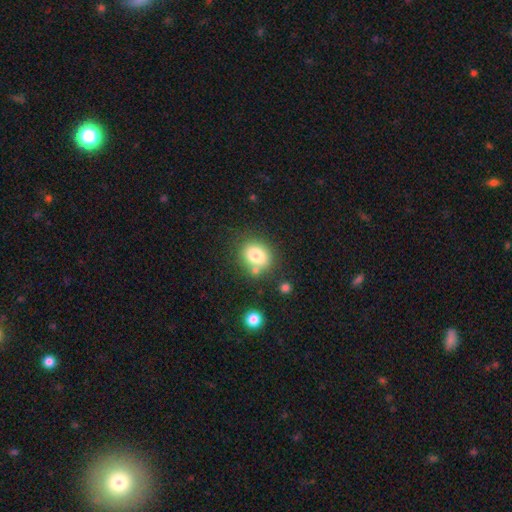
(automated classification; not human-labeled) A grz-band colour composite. It shows a smooth galaxy with no disk features (79%) that is round (61%). Merging: none (68%).